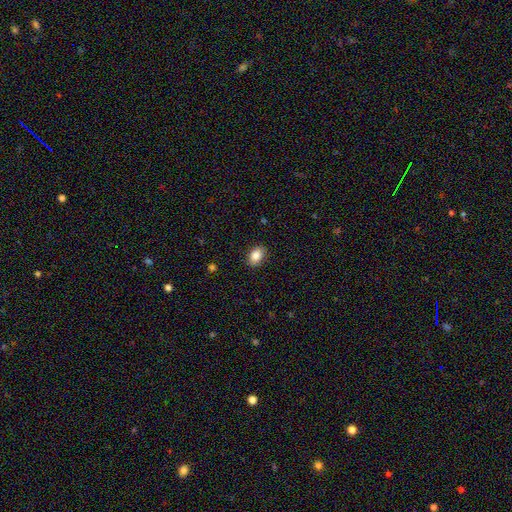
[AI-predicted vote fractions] Q: Smooth or featured?
A: smooth (85%); runner-up: star or artifact (8%)
Q: How rounded?
A: in between (80%); runner-up: round (18%)
Q: Merging?
A: none (88%); runner-up: minor disturbance (9%)